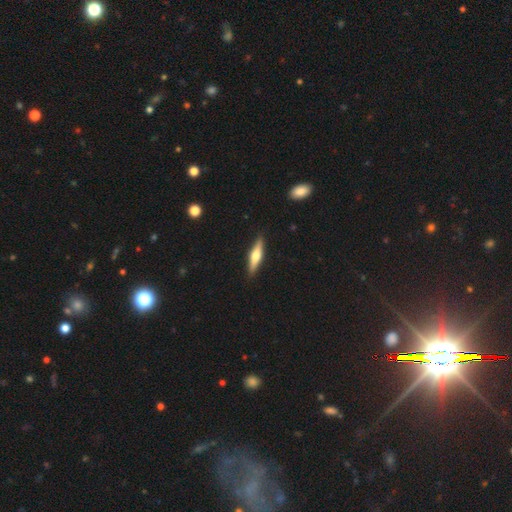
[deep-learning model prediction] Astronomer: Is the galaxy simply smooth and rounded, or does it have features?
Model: featured or disk — 51% (runner-up: smooth, 44%).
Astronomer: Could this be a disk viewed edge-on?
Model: yes — 94%.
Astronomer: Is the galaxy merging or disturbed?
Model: none — 90%.